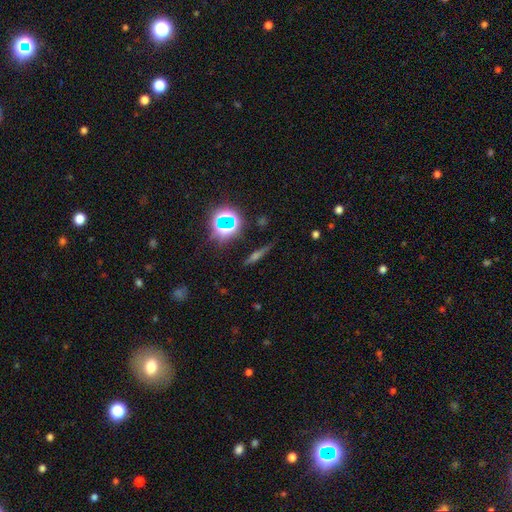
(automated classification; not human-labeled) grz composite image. It shows a featured or disk galaxy (39%). Merging: none (83%).